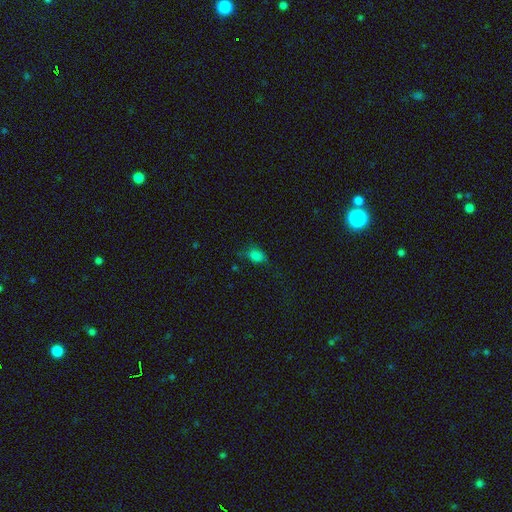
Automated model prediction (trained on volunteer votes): smooth 76%, star or artifact 16%, featured or disk 8%. Down the decision tree: how rounded — in between (71%); merging — none (54%).